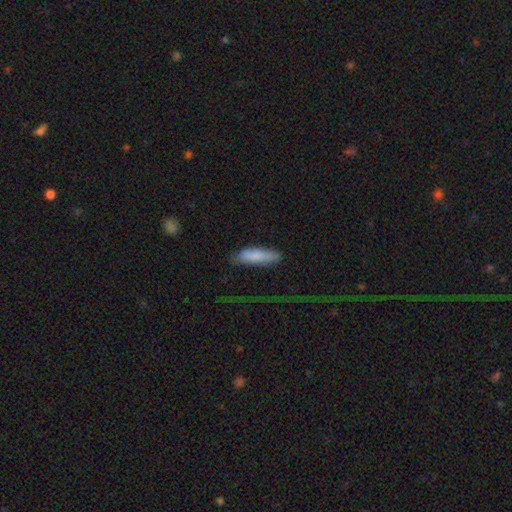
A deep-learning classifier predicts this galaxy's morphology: The model was most divided on "how rounded": cigar-shaped: 62%, in between: 36%, round: 2%. More confident: smooth or featured — smooth (79%); merging — none (62%).